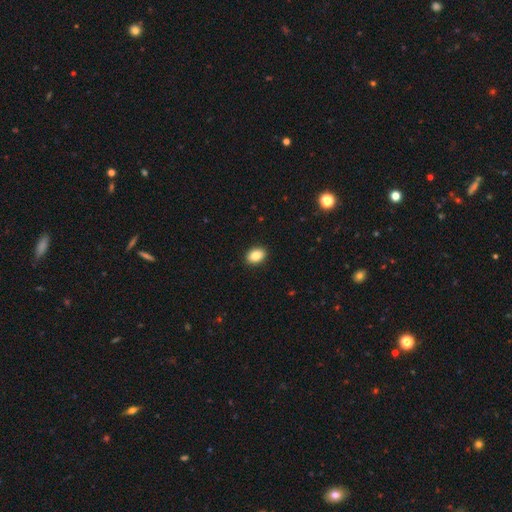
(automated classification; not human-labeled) Morphology: type=smooth (85%); roundness=in between (74%); merging=none (91%).